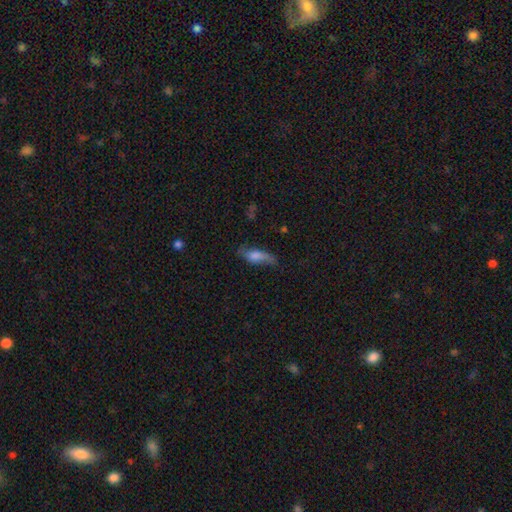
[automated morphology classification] This appears to be a smooth galaxy with no disk features (69%) that is in between round and cigar-shaped (58%). Merging: none (50%).